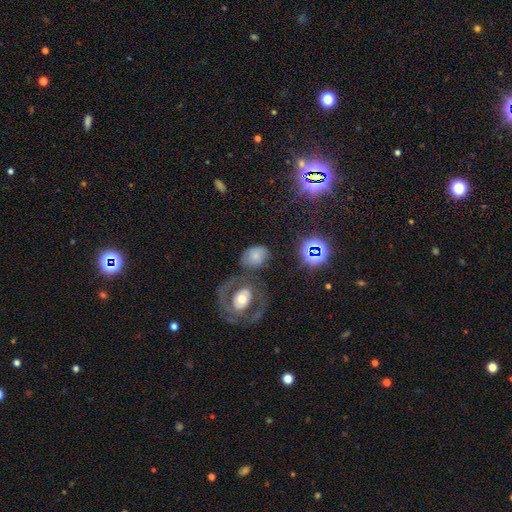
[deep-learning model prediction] smooth 59%, featured or disk 26%, star or artifact 15%. Down the decision tree: how rounded — in between (60%); merging — none (58%).